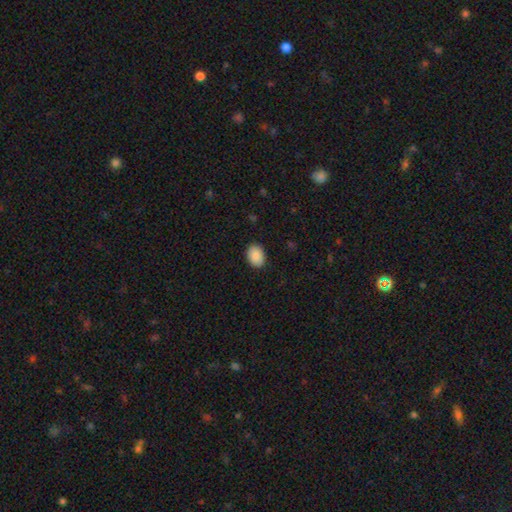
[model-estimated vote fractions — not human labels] smooth_or_featured: smooth (p=0.89) [alt: star or artifact p=0.07]
how_rounded: in between (p=0.74) [alt: round p=0.25]
merging: none (p=0.89) [alt: minor disturbance p=0.08]